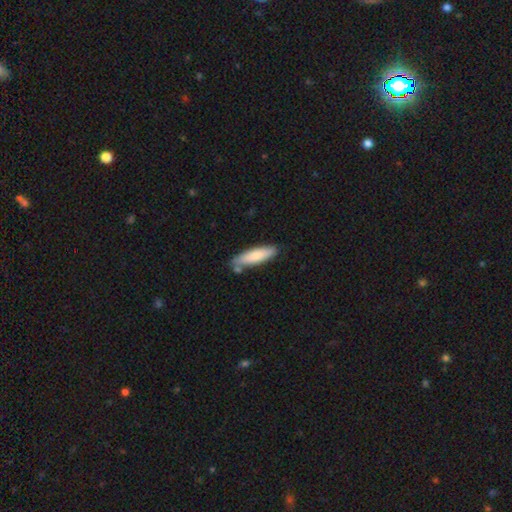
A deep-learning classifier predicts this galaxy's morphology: smooth-or-featured: smooth: 78% | featured or disk: 16% | star or artifact: 5%
  how-rounded: cigar-shaped: 68% | in between: 31% | round: 1%
  merging: none: 73% | minor disturbance: 16% | merger: 8% | major disturbance: 3%